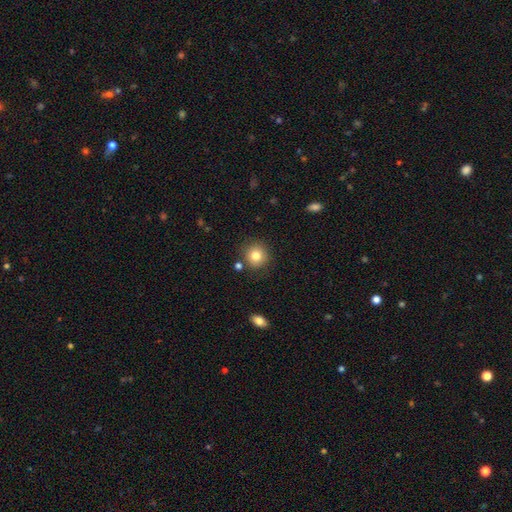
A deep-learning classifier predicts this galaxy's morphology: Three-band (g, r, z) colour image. It shows a smooth galaxy with no disk features (82%) that is round (91%). Merging: none (85%).